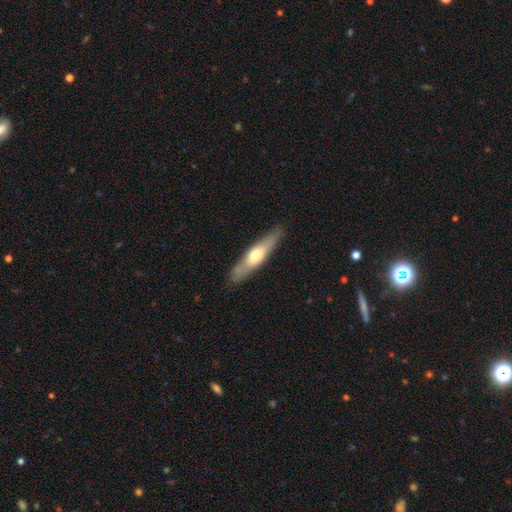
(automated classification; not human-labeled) A featured or disk galaxy (50%) viewed edge-on (85%).

Vote fractions:
- Smooth or featured? featured or disk: 50% / smooth: 45% / star or artifact: 5%
- Edge-on disk? yes: 85% / no: 15%
- Merging? none: 84% / minor disturbance: 12% / major disturbance: 2% / merger: 2%